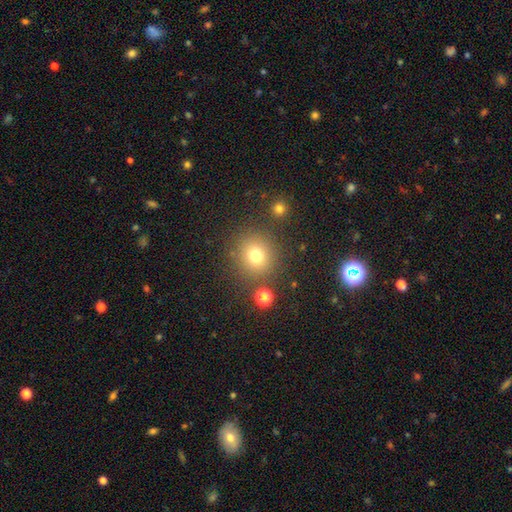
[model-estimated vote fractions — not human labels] This appears to be a smooth galaxy with no disk features (75%) that is round (89%). Merging: none (84%).